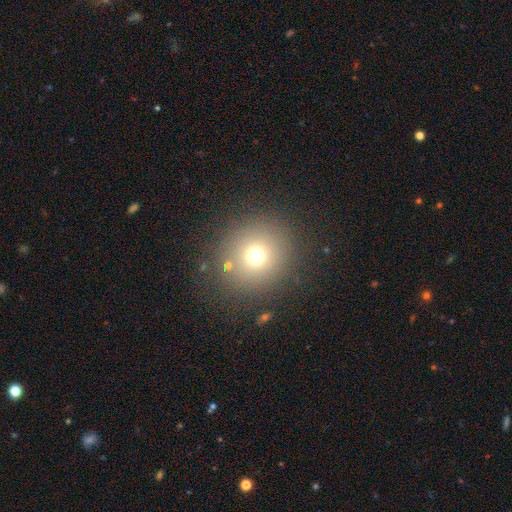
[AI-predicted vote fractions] A smooth galaxy with no disk features (69%) that is round (89%). Merging: none (84%).